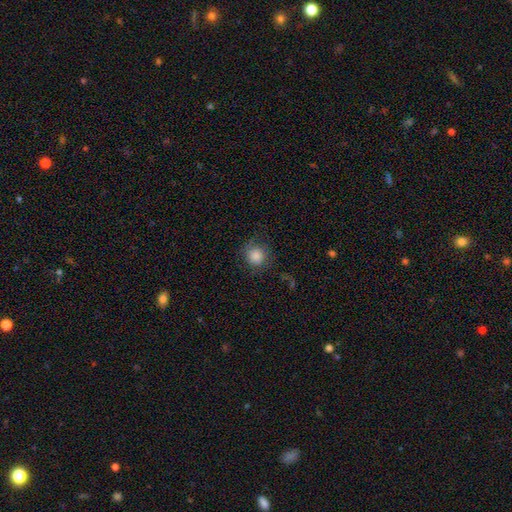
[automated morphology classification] smooth-or-featured: smooth: 84% | star or artifact: 9% | featured or disk: 7%
  how-rounded: round: 92% | in between: 7% | cigar-shaped: 1%
  merging: none: 78% | minor disturbance: 14% | major disturbance: 7% | merger: 1%